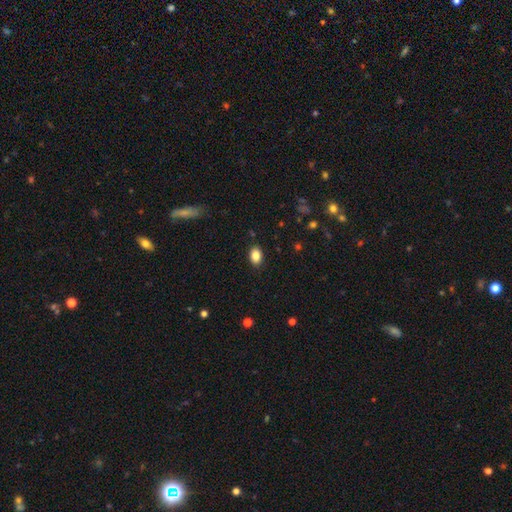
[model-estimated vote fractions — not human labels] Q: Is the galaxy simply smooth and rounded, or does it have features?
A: smooth — 86%.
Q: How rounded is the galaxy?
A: in between — 82%.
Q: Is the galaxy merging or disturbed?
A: none — 88%.